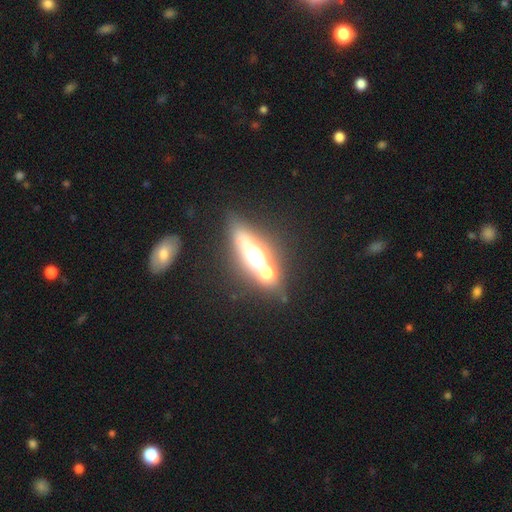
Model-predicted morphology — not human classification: Smooth or featured?
  - featured or disk: 46% *
  - smooth: 30%
  - star or artifact: 23%
Merging?
  - none: 61% *
  - merger: 22%
  - minor disturbance: 11%
  - major disturbance: 6%